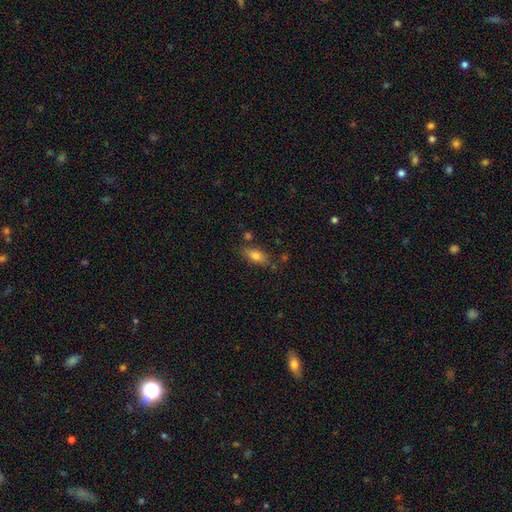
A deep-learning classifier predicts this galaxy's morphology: Q: Smooth or featured?
A: smooth (75%); runner-up: featured or disk (17%)
Q: How rounded?
A: in between (75%); runner-up: cigar-shaped (21%)
Q: Merging?
A: none (74%); runner-up: minor disturbance (16%)